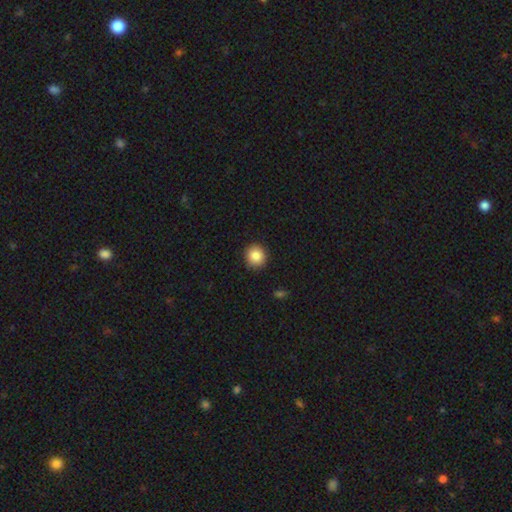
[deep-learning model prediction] Smooth or featured: smooth — 86% (star or artifact — 9%)
How rounded: round — 91% (in between — 9%)
Merging: none — 91% (minor disturbance — 6%)